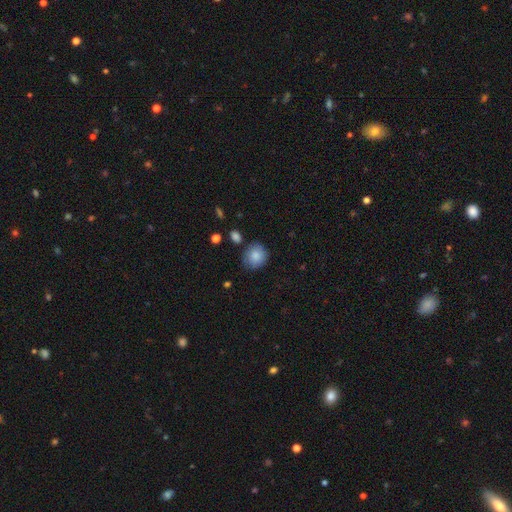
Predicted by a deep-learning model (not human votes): smooth-or-featured: smooth: 84% | featured or disk: 8% | star or artifact: 7%
  how-rounded: round: 81% | in between: 18% | cigar-shaped: 1%
  merging: none: 73% | minor disturbance: 19% | major disturbance: 4% | merger: 4%